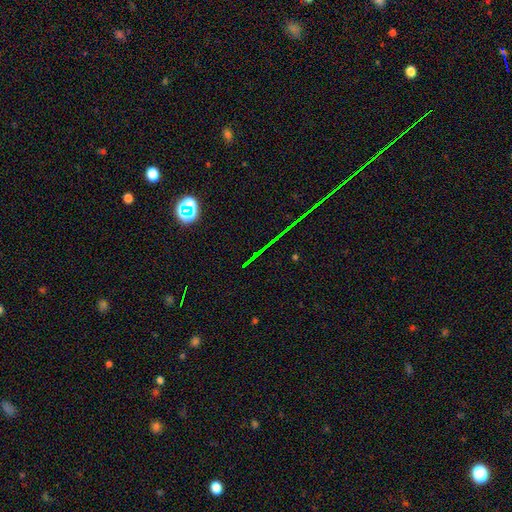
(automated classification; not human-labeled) Smooth or featured?
  - star or artifact: 76% *
  - featured or disk: 14%
  - smooth: 10%